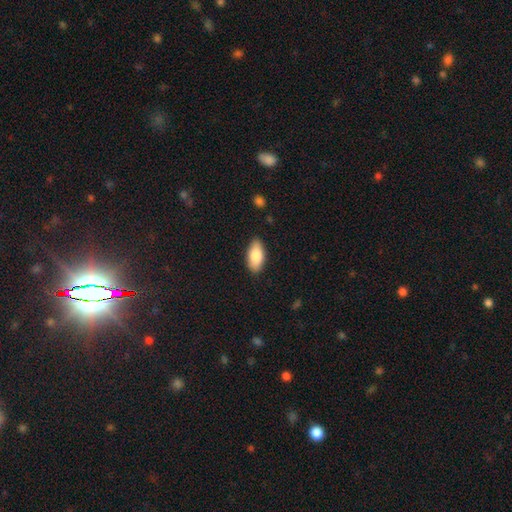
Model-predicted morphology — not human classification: smooth 82%, featured or disk 12%, star or artifact 6%. Down the decision tree: how rounded — in between (92%); merging — none (86%).